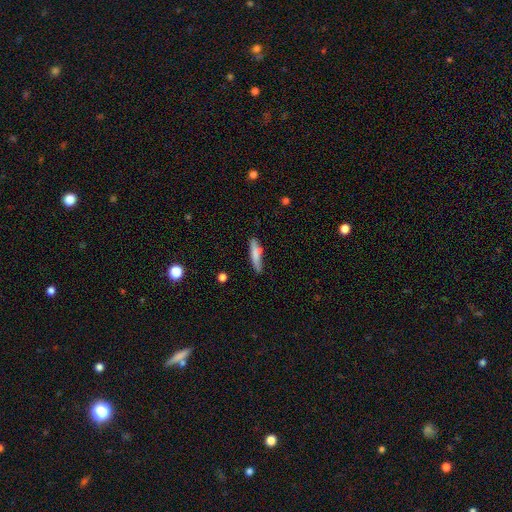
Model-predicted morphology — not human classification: Smooth or featured?
  - smooth: 75% *
  - featured or disk: 18%
  - star or artifact: 7%
How rounded?
  - cigar-shaped: 80% *
  - in between: 18%
  - round: 2%
Merging?
  - none: 71% *
  - minor disturbance: 21%
  - major disturbance: 5%
  - merger: 3%